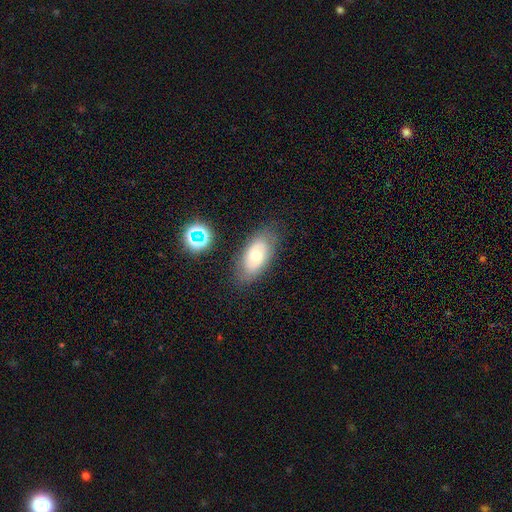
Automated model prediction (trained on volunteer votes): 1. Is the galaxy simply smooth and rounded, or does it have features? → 51% smooth, 40% featured or disk, 10% star or artifact.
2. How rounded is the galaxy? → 90% in between, 6% round, 4% cigar-shaped.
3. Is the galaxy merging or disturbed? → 77% none, 15% minor disturbance, 5% major disturbance, 3% merger.